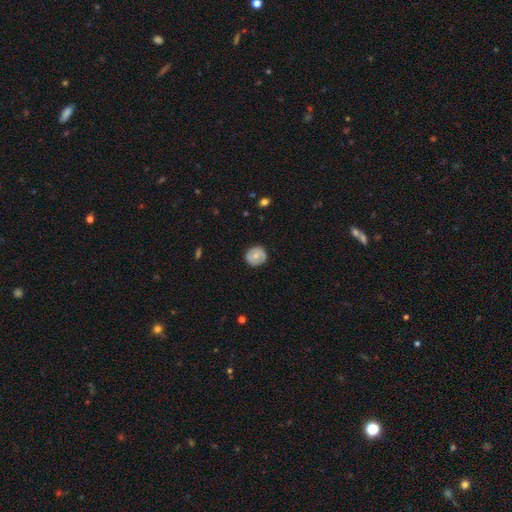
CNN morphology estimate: The model was most divided on "smooth or featured": smooth: 56%, featured or disk: 37%, star or artifact: 7%. More confident: how rounded — round (85%); merging — none (80%).